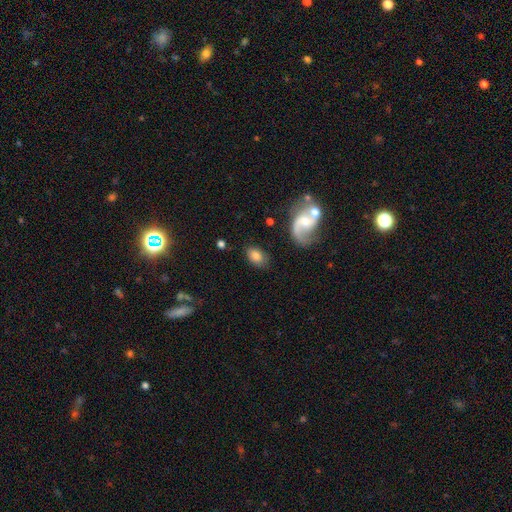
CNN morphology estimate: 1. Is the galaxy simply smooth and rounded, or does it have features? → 71% smooth, 21% featured or disk, 8% star or artifact.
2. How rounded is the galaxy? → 84% in between, 14% round, 2% cigar-shaped.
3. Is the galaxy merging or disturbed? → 77% none, 13% minor disturbance, 5% major disturbance, 4% merger.